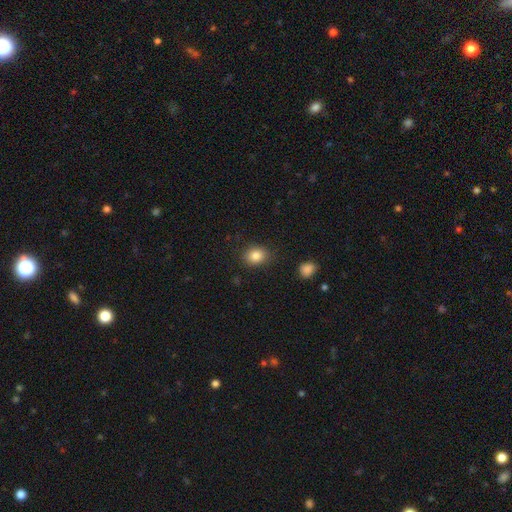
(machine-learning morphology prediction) This is clearly a smooth galaxy (85%). How rounded: possibly round (53%). Merging: clearly none (85%).